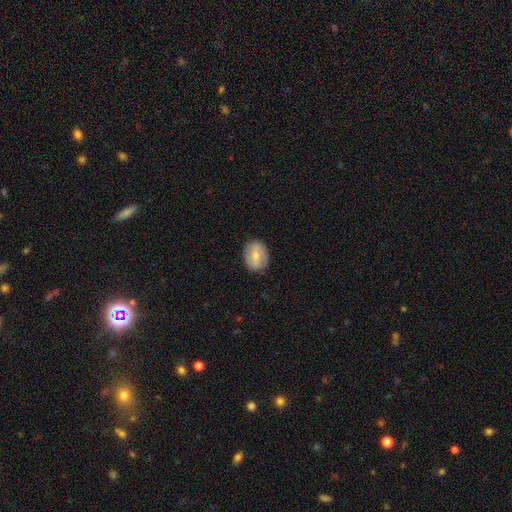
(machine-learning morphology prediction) smooth 58%, featured or disk 35%, star or artifact 7%. Down the decision tree: how rounded — in between (57%); merging — none (87%).